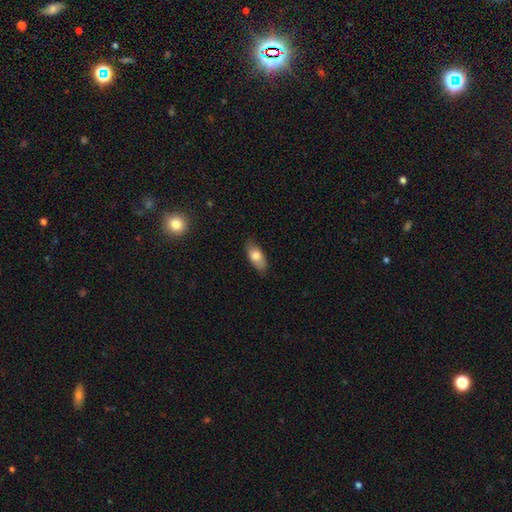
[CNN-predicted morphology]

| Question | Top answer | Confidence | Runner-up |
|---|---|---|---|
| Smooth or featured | smooth | 76% | featured or disk (17%) |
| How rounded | in between | 88% | cigar-shaped (8%) |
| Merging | none | 80% | minor disturbance (16%) |